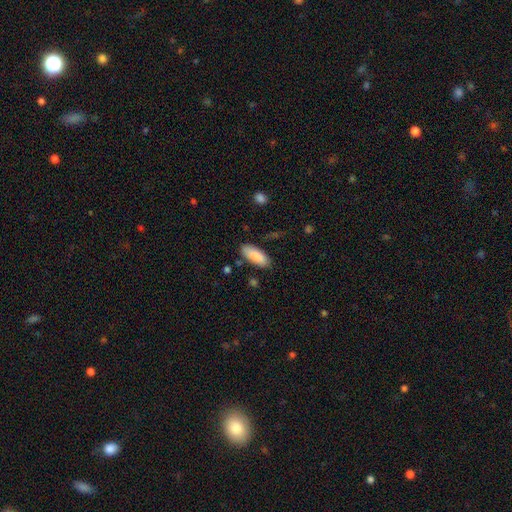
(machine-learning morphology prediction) A smooth galaxy with no disk features (88%) that is in between round and cigar-shaped (78%). Merging: none (83%).